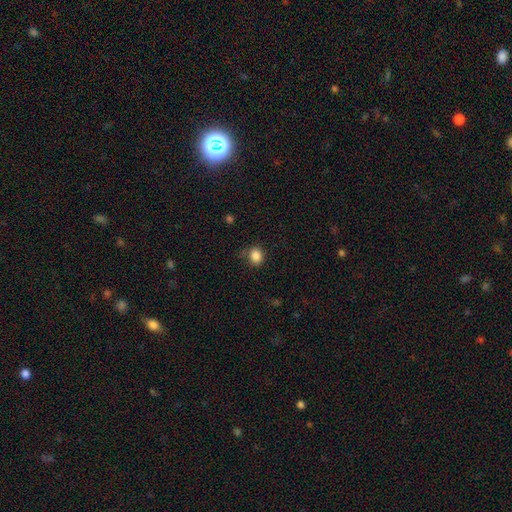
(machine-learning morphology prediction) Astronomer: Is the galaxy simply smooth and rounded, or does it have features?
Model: smooth — 85%.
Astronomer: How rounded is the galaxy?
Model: round — 63%.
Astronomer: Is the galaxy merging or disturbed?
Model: none — 73%.